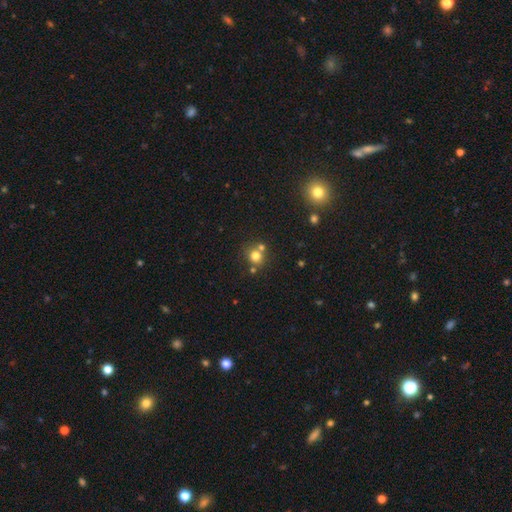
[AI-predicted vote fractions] smooth 75%, star or artifact 15%, featured or disk 10%. Down the decision tree: how rounded — round (85%); merging — none (61%).